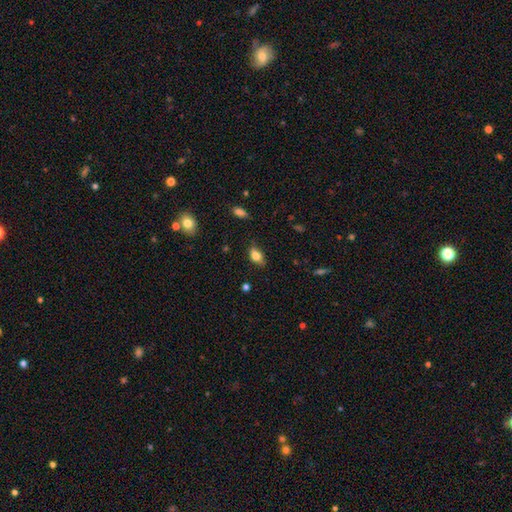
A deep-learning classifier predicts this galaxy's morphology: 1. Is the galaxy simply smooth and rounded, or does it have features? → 79% smooth, 13% featured or disk, 8% star or artifact.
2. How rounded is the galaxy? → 87% in between, 8% round, 5% cigar-shaped.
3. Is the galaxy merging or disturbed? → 70% none, 24% minor disturbance, 4% major disturbance, 2% merger.